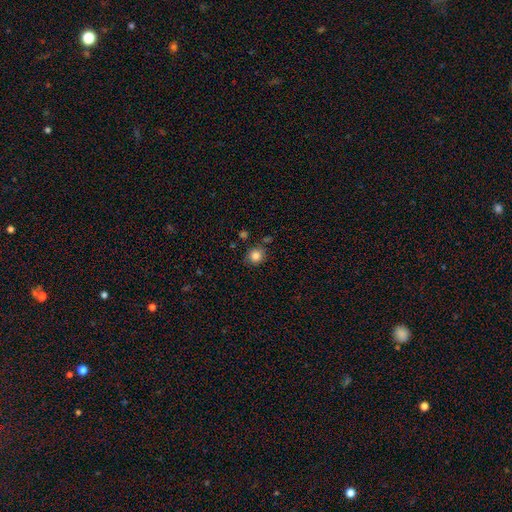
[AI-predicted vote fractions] Overall: smooth (83%). How rounded: round (83%). Merging: none (80%).